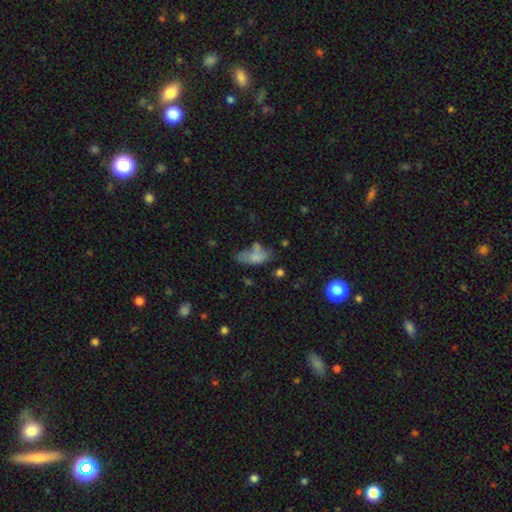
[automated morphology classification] Smooth or featured? smooth (70%)
How rounded? in between (86%)
Merging? none (36%)